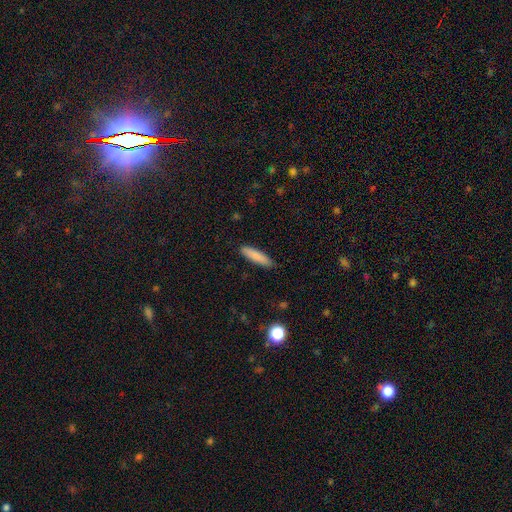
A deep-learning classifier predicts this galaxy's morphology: The model was most divided on "how rounded": cigar-shaped: 77%, in between: 22%, round: 1%. More confident: merging — none (86%); smooth or featured — smooth (85%).